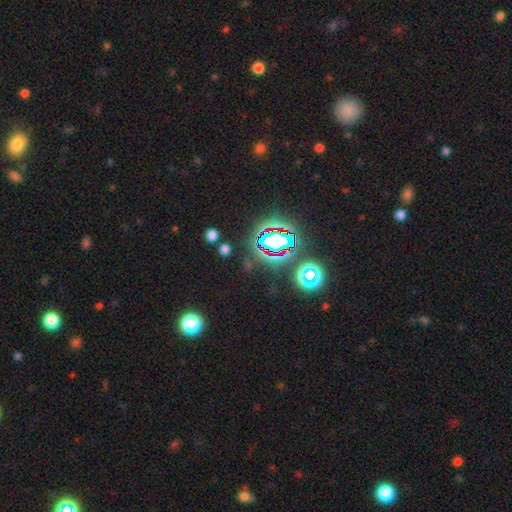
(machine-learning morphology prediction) star or artifact 79%, smooth 13%, featured or disk 7%.